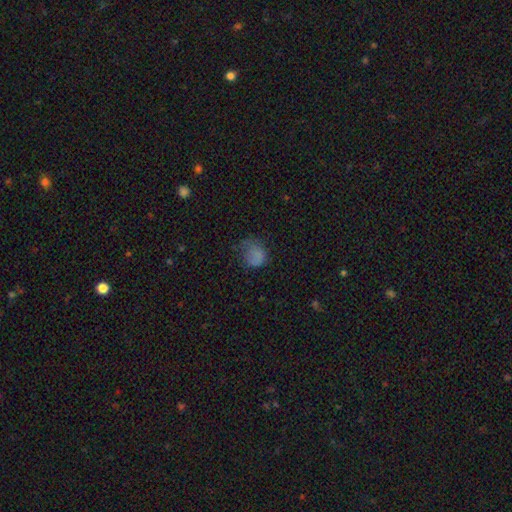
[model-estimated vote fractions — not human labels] Smooth or featured? smooth (74%)
How rounded? round (63%)
Merging? none (36%)